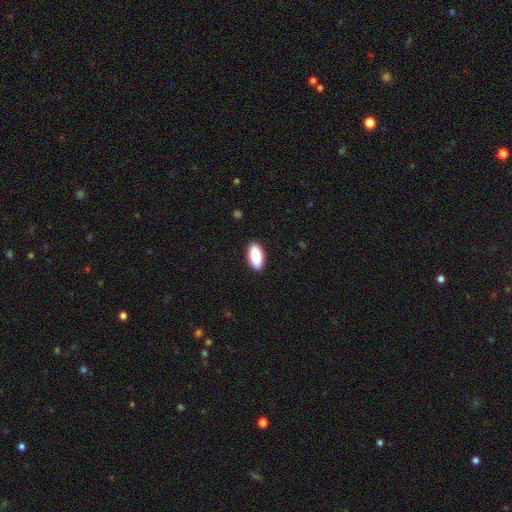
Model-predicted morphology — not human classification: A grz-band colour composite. It shows a smooth galaxy with no disk features (90%) that is in between round and cigar-shaped (92%). Merging: none (89%).